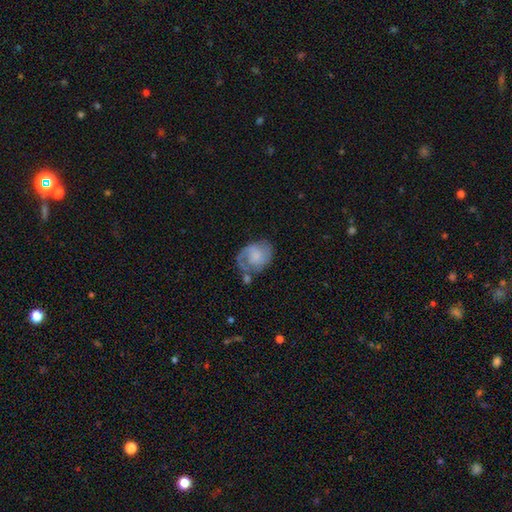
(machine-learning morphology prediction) Q: Smooth or featured?
A: featured or disk (53%); runner-up: smooth (40%)
Q: Edge-on disk?
A: no (97%); runner-up: yes (3%)
Q: Bar?
A: no (67%); runner-up: weak (28%)
Q: Spiral arms?
A: yes (82%); runner-up: no (18%)
Q: Bulge size?
A: small (32%); tied with: none (32%)
Q: Merging?
A: none (43%); runner-up: minor disturbance (27%)